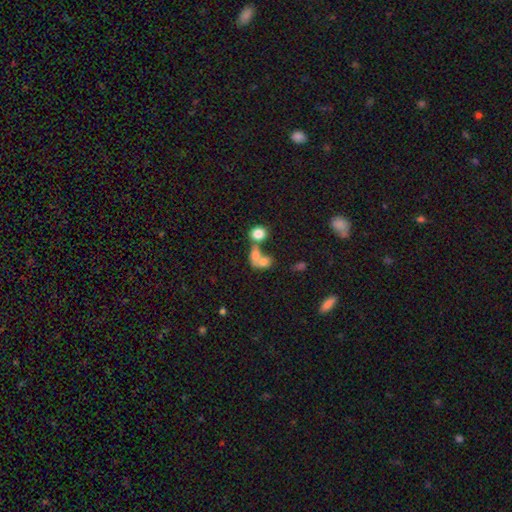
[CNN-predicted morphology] Smooth or featured? smooth (71%)
How rounded? in between (56%)
Merging? merger (62%)